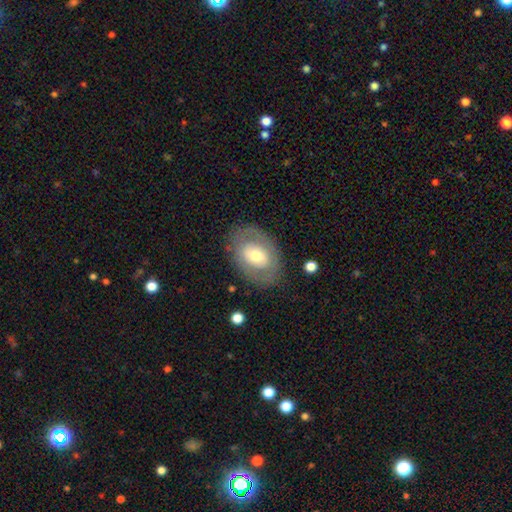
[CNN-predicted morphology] smooth_or_featured: smooth (p=0.48) [alt: featured or disk p=0.45]
merging: none (p=0.79) [alt: minor disturbance p=0.13]